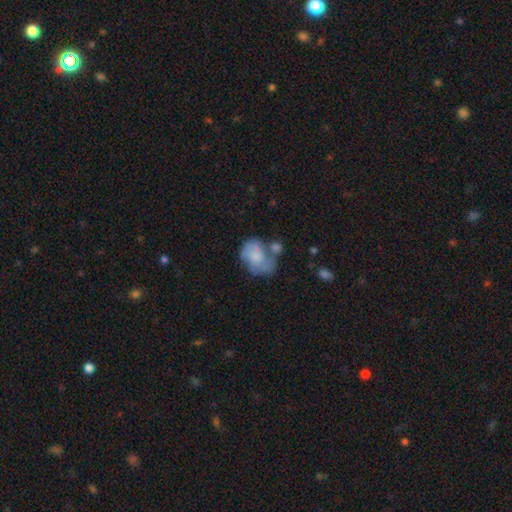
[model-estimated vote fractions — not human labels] smooth-or-featured: smooth: 50% | featured or disk: 42% | star or artifact: 8%
  merging: none: 30% | merger: 24% | minor disturbance: 24% | major disturbance: 21%